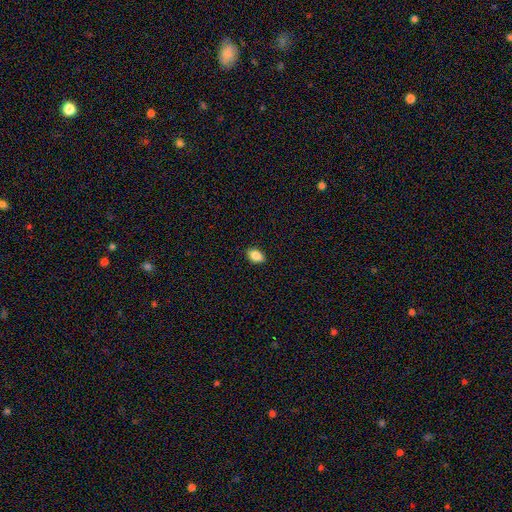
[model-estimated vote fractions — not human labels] smooth 86%, star or artifact 8%, featured or disk 6%. Down the decision tree: how rounded — in between (87%); merging — none (89%).